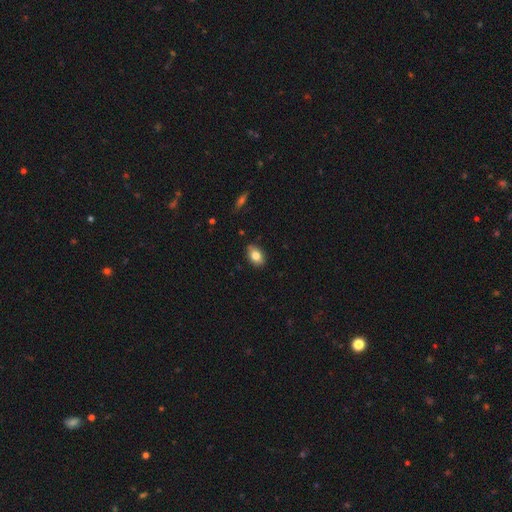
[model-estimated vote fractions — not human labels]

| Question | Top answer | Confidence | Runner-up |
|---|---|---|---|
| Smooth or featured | smooth | 81% | featured or disk (11%) |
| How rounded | in between | 82% | round (16%) |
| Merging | none | 82% | minor disturbance (14%) |